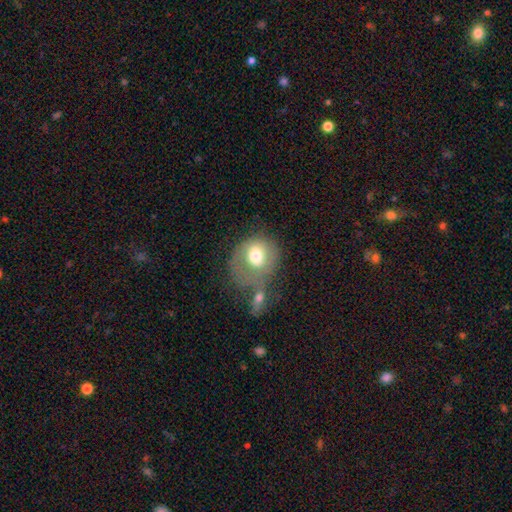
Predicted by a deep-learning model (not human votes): The model was most divided on "merging": merger: 34%, none: 29%, major disturbance: 21%, minor disturbance: 17%. More confident: how rounded — round (65%); smooth or featured — smooth (63%).